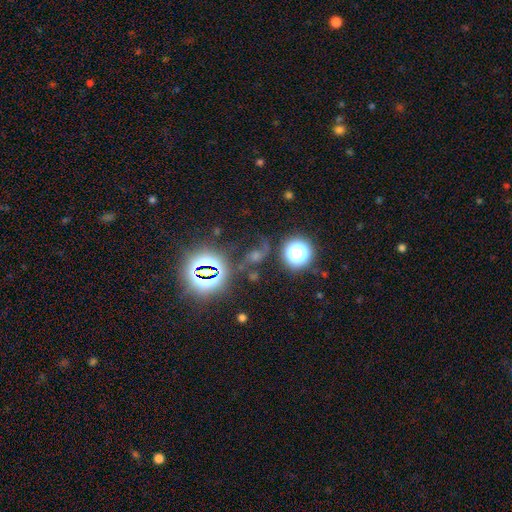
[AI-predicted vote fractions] This appears to be a star or artifact, not a galaxy (49%).